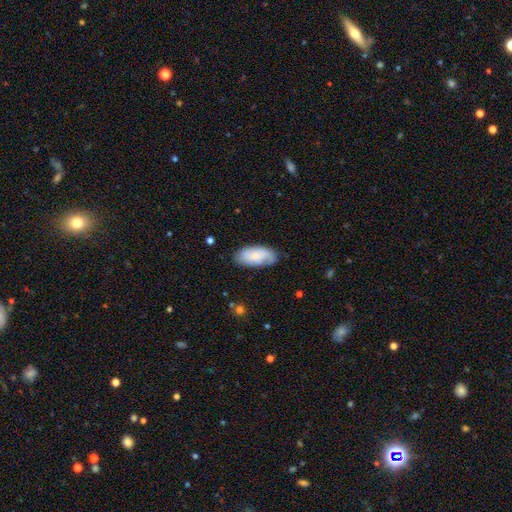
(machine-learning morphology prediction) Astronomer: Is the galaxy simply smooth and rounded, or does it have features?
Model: smooth — 58% (runner-up: featured or disk, 35%).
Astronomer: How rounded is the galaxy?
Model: in between — 92%.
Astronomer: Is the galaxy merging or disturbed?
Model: none — 70%.